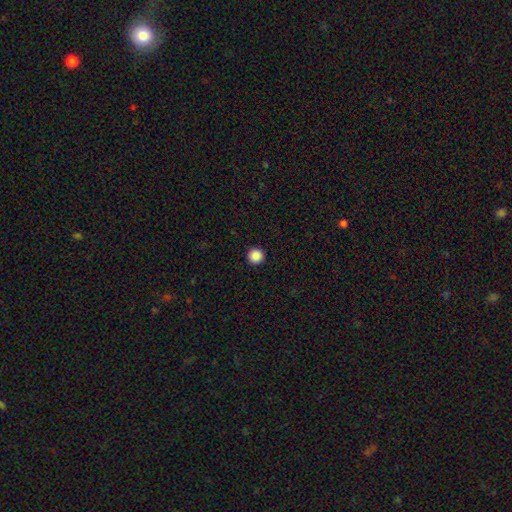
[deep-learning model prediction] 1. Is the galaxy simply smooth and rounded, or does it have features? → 88% smooth, 9% star or artifact, 2% featured or disk.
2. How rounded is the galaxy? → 97% round, 2% in between, 1% cigar-shaped.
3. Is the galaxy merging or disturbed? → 94% none, 4% minor disturbance, 1% major disturbance, 1% merger.